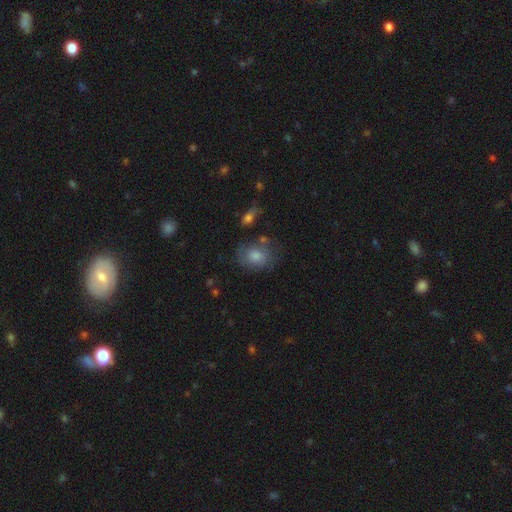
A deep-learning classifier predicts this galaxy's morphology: smooth_or_featured: smooth (p=0.58) [alt: featured or disk p=0.26]
how_rounded: in between (p=0.52) [alt: round p=0.47]
merging: none (p=0.66) [alt: minor disturbance p=0.20]